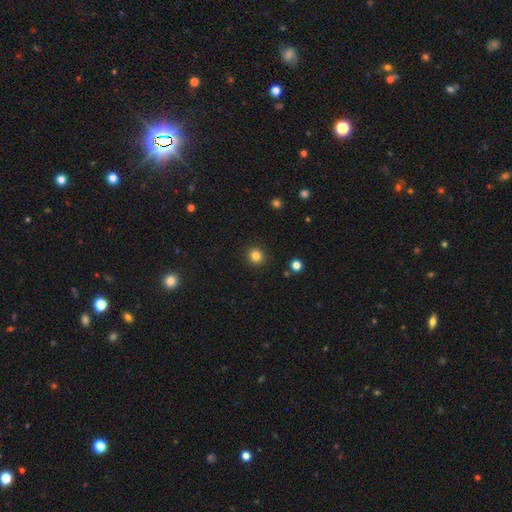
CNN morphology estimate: smooth_or_featured: smooth (p=0.83) [alt: star or artifact p=0.13]
how_rounded: round (p=0.92) [alt: in between p=0.07]
merging: none (p=0.92) [alt: minor disturbance p=0.05]